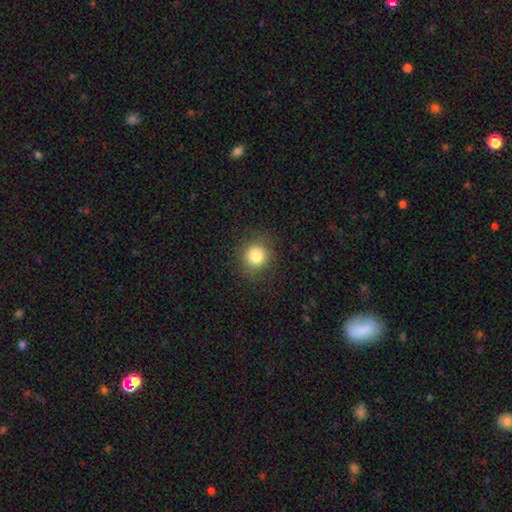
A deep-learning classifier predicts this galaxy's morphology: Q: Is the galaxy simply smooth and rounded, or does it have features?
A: smooth — 81%.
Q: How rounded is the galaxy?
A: round — 89%.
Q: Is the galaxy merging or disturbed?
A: none — 88%.